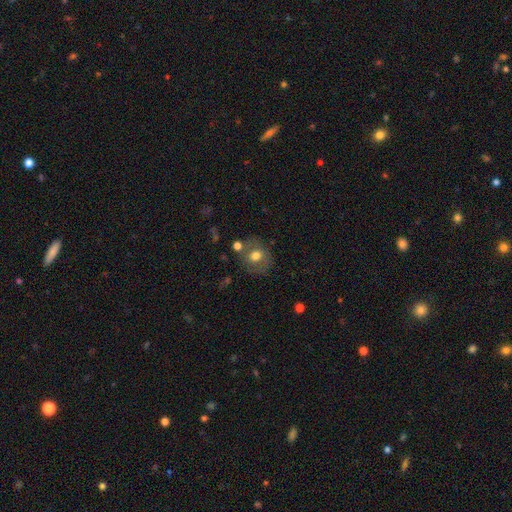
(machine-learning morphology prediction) smooth-or-featured: smooth: 61% | featured or disk: 28% | star or artifact: 10%
  how-rounded: round: 74% | in between: 25% | cigar-shaped: 1%
  merging: none: 72% | minor disturbance: 14% | merger: 9% | major disturbance: 5%